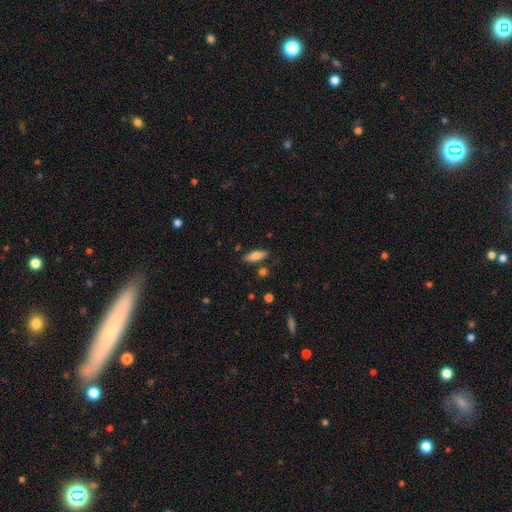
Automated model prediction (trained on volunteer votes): Smooth or featured?
  - smooth: 75% *
  - featured or disk: 18%
  - star or artifact: 7%
How rounded?
  - in between: 60% *
  - cigar-shaped: 38%
  - round: 2%
Merging?
  - none: 81% *
  - minor disturbance: 12%
  - merger: 4%
  - major disturbance: 3%